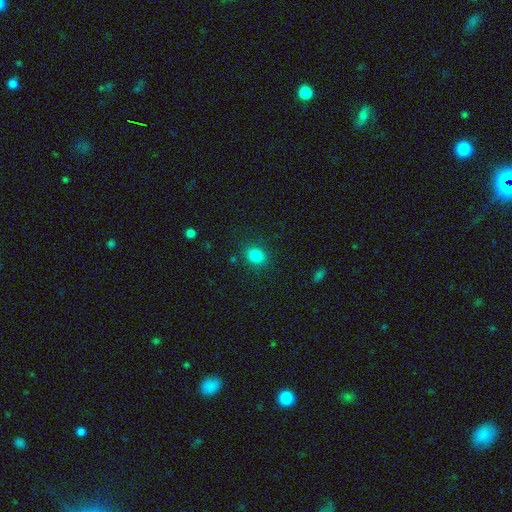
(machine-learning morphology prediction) Smooth or featured? smooth (84%)
How rounded? round (50%)
Merging? none (85%)